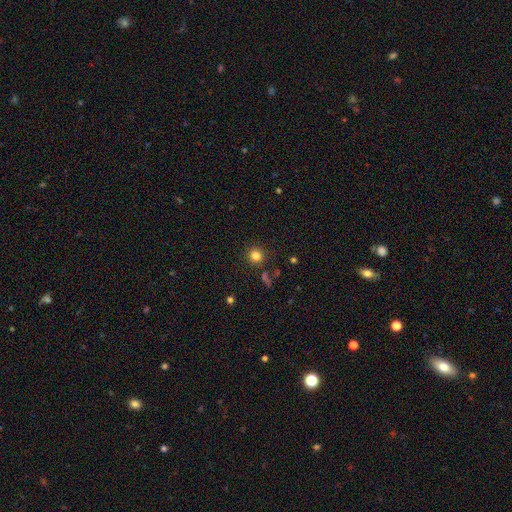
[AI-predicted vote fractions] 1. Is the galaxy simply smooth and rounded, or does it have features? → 82% smooth, 13% star or artifact, 5% featured or disk.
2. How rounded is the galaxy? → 92% round, 7% in between, 1% cigar-shaped.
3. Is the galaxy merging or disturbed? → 88% none, 7% minor disturbance, 3% merger, 3% major disturbance.